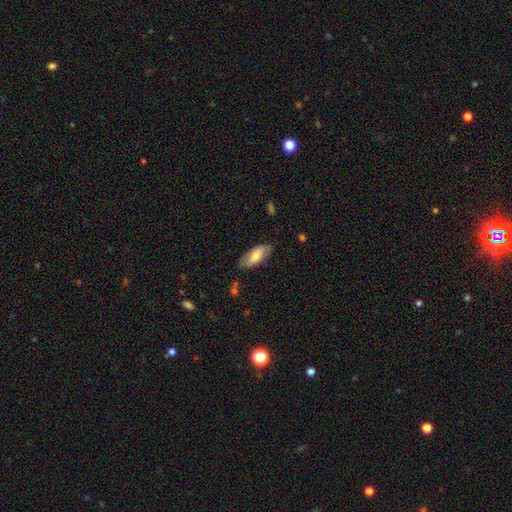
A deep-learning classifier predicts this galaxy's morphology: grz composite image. It shows a smooth galaxy with no disk features (70%) that is in between round and cigar-shaped (82%). Merging: none (77%).